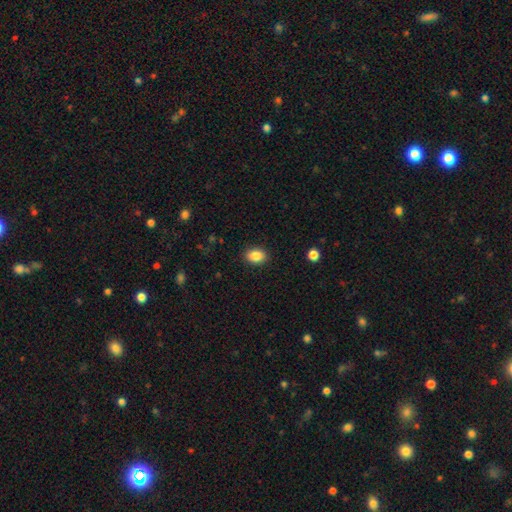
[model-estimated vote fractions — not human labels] Smooth or featured?
  - smooth: 87% *
  - star or artifact: 9%
  - featured or disk: 5%
How rounded?
  - in between: 75% *
  - round: 24%
  - cigar-shaped: 1%
Merging?
  - none: 89% *
  - minor disturbance: 8%
  - major disturbance: 2%
  - merger: 1%